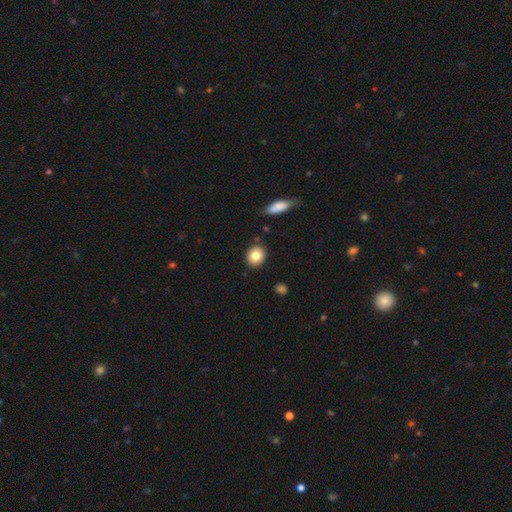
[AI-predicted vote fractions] Smooth or featured? Predicted: smooth (p=0.82). How rounded? Predicted: round (p=0.77). Merging? Predicted: none (p=0.87).